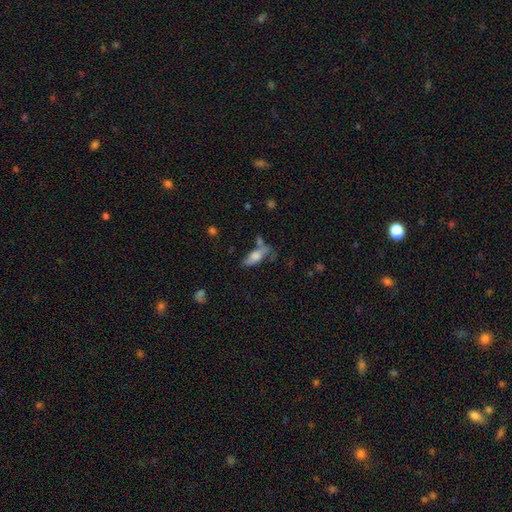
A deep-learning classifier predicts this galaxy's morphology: Smooth or featured?
  - smooth: 64% *
  - featured or disk: 26%
  - star or artifact: 10%
How rounded?
  - in between: 70% *
  - cigar-shaped: 26%
  - round: 4%
Merging?
  - none: 39% *
  - minor disturbance: 24%
  - major disturbance: 19%
  - merger: 19%